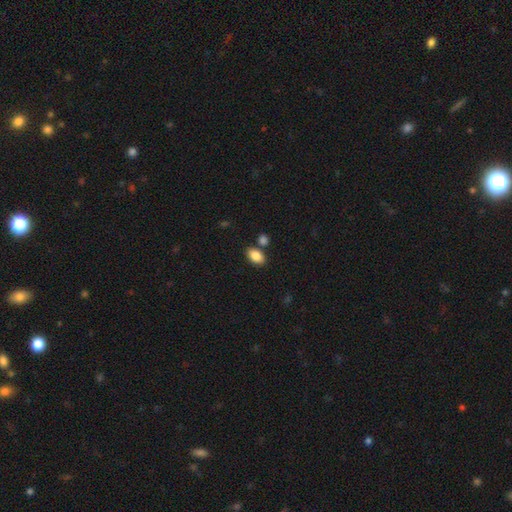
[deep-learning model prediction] This appears to be a smooth galaxy with no disk features (87%) that is in between round and cigar-shaped (89%). Merging: none (75%).